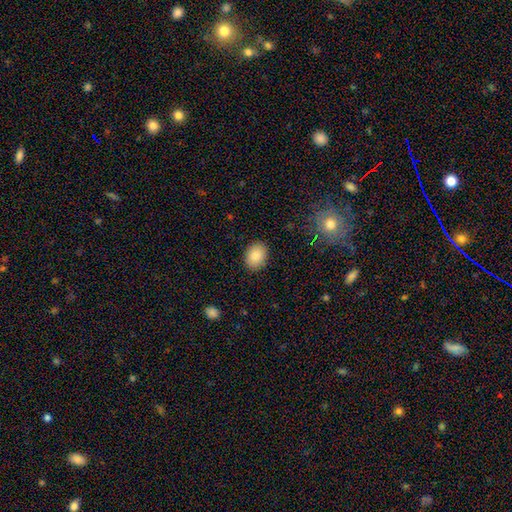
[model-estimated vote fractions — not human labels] This is clearly a smooth galaxy (87%). How rounded: likely in between (71%). Merging: clearly none (88%).